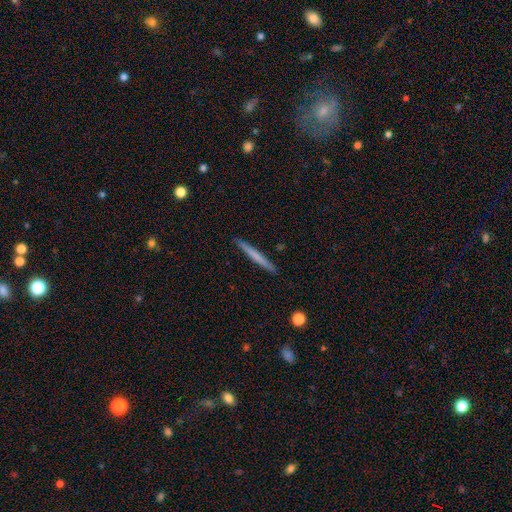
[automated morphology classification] A smooth galaxy with no disk features (63%) that is cigar-shaped (97%).

Vote fractions:
- Smooth or featured? smooth: 63% / featured or disk: 32% / star or artifact: 5%
- How rounded? cigar-shaped: 97% / in between: 2% / round: 1%
- Merging? none: 91% / minor disturbance: 6% / major disturbance: 1% / merger: 1%